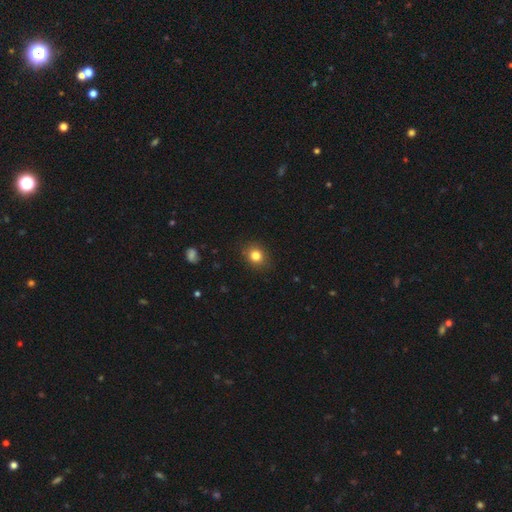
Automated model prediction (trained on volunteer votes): smooth 82%, star or artifact 11%, featured or disk 7%. Down the decision tree: how rounded — round (68%); merging — none (86%).